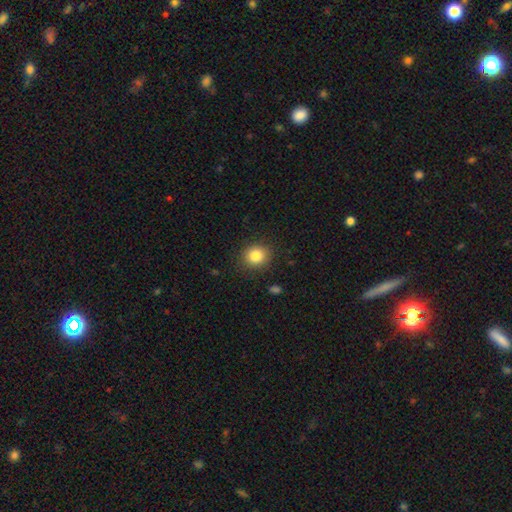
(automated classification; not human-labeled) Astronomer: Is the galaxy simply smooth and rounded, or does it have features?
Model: smooth — 84%.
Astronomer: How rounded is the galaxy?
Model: round — 77%.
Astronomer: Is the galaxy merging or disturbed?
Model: none — 88%.